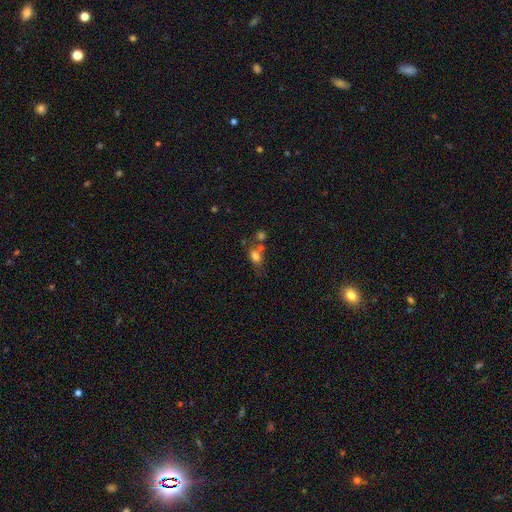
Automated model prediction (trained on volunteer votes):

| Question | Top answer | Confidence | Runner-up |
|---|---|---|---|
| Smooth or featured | smooth | 76% | star or artifact (12%) |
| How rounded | in between | 70% | round (27%) |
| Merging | none | 44% | merger (34%) |